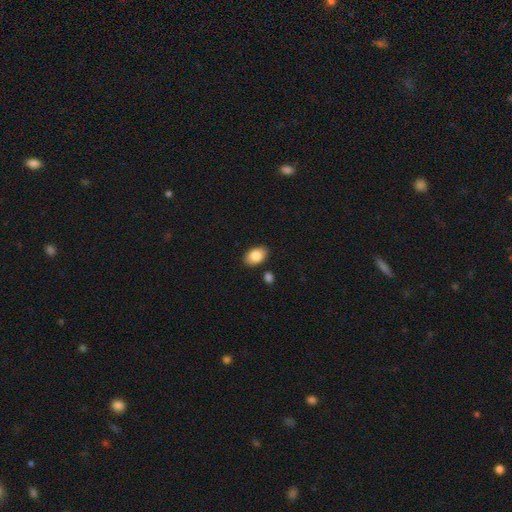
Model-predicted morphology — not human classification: This is clearly a smooth galaxy (86%). How rounded: clearly in between (89%). Merging: clearly none (86%).